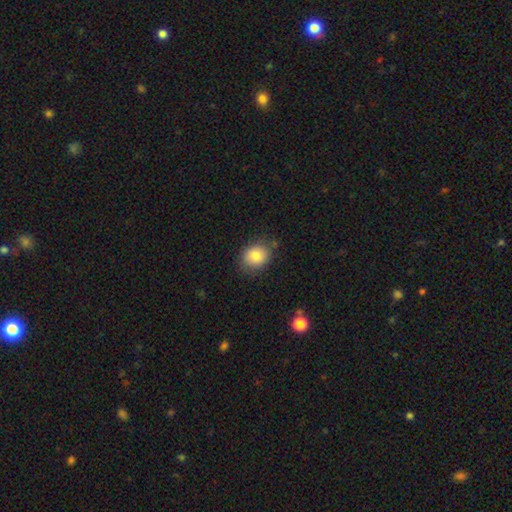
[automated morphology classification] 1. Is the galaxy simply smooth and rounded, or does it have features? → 83% smooth, 9% star or artifact, 8% featured or disk.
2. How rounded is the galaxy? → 56% round, 43% in between, 1% cigar-shaped.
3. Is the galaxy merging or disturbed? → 77% none, 16% minor disturbance, 4% major disturbance, 2% merger.